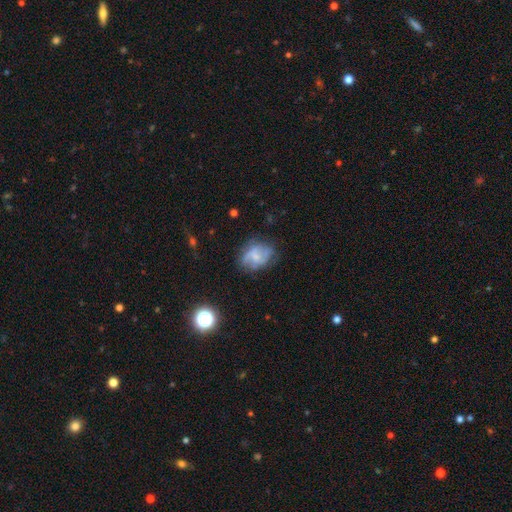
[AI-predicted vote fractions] This is possibly a featured or disk galaxy (48%). Merging: possibly none (55%).